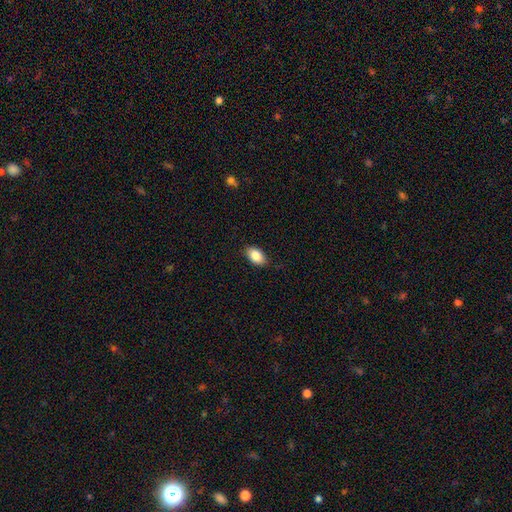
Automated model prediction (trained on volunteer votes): Q: Smooth or featured?
A: smooth (85%); runner-up: star or artifact (8%)
Q: How rounded?
A: in between (90%); runner-up: round (8%)
Q: Merging?
A: none (86%); runner-up: minor disturbance (11%)